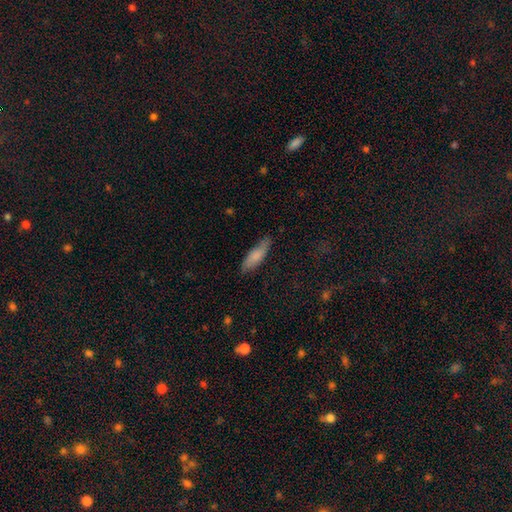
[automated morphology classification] A smooth galaxy with no disk features (80%) that is cigar-shaped (53%).

Vote fractions:
- Smooth or featured? smooth: 80% / featured or disk: 15% / star or artifact: 6%
- How rounded? cigar-shaped: 53% / in between: 45% / round: 2%
- Merging? none: 78% / minor disturbance: 18% / major disturbance: 3% / merger: 1%